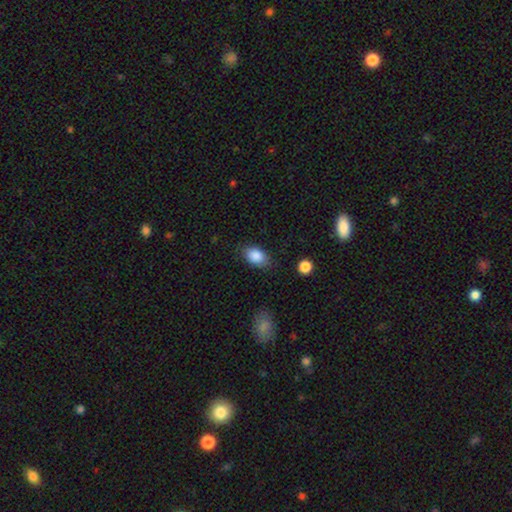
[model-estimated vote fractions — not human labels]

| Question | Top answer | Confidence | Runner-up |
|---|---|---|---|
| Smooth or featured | smooth | 87% | star or artifact (7%) |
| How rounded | in between | 86% | round (13%) |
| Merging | none | 79% | minor disturbance (15%) |